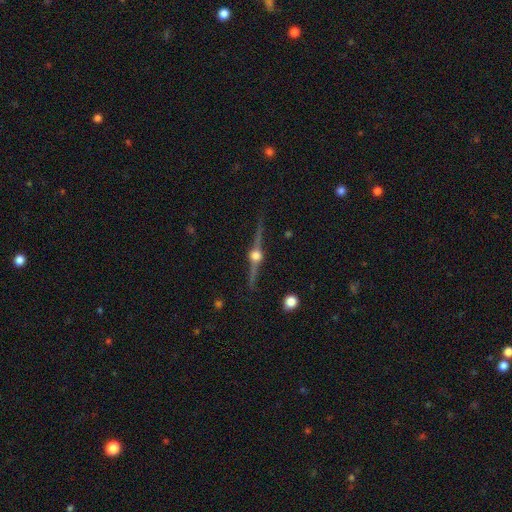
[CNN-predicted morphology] Smooth or featured?
  - featured or disk: 86% *
  - star or artifact: 9%
  - smooth: 6%
Edge-on disk?
  - yes: 98% *
  - no: 2%
Edge-on bulge?
  - rounded: 96% *
  - boxy: 2%
  - none: 1%
Merging?
  - none: 89% *
  - minor disturbance: 8%
  - major disturbance: 2%
  - merger: 1%